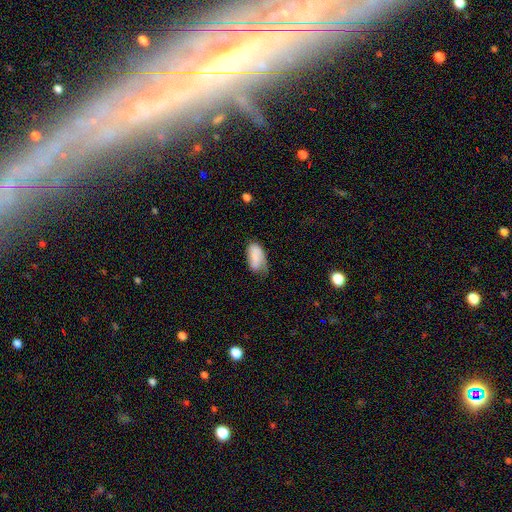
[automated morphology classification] Smooth or featured? smooth (76%)
How rounded? in between (94%)
Merging? none (47%)